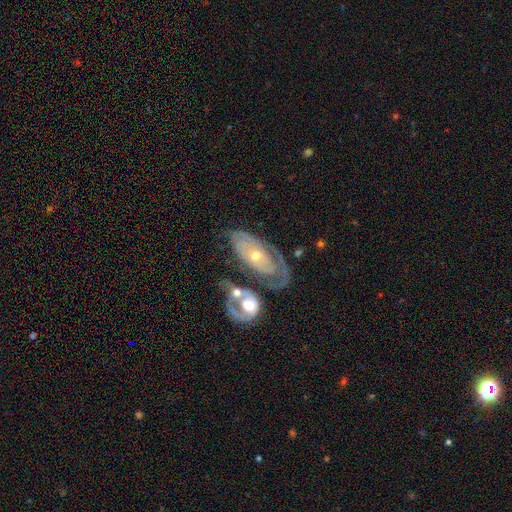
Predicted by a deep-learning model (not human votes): smooth_or_featured: featured or disk (p=0.74) [alt: smooth p=0.20]
disk_edge_on: no (p=0.92) [alt: yes p=0.08]
bar: no (p=0.84) [alt: weak p=0.12]
has_spiral_arms: yes (p=0.67) [alt: no p=0.33]
bulge_size: small (p=0.49) [alt: moderate p=0.46]
merging: none (p=0.44) [alt: merger p=0.24]